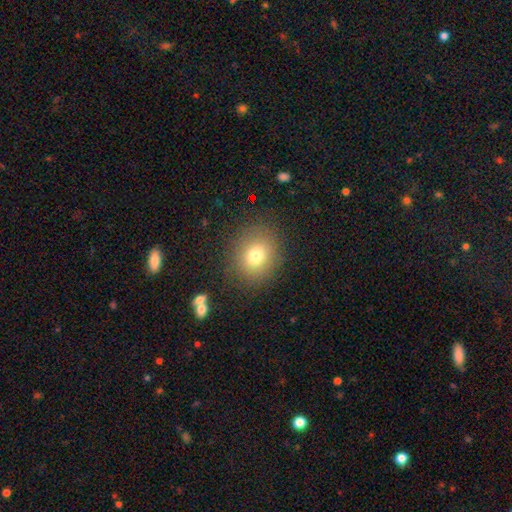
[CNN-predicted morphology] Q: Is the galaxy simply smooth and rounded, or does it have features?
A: smooth — 75%.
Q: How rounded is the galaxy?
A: round — 74%.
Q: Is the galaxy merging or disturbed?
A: none — 85%.